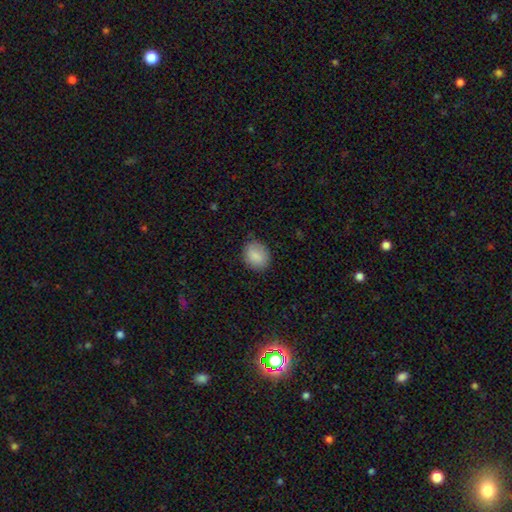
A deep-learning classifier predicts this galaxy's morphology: The model was most divided on "how rounded": in between: 54%, round: 45%, cigar-shaped: 1%. More confident: smooth or featured — smooth (86%); merging — none (80%).